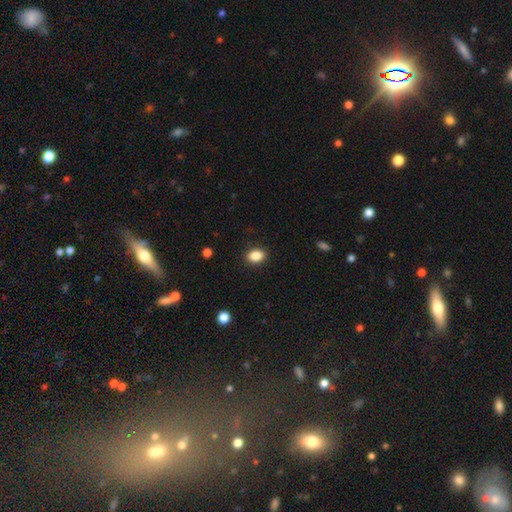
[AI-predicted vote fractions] A smooth galaxy with no disk features (87%) that is in between round and cigar-shaped (70%).

Vote fractions:
- Smooth or featured? smooth: 87% / star or artifact: 9% / featured or disk: 4%
- How rounded? in between: 70% / round: 28% / cigar-shaped: 1%
- Merging? none: 89% / minor disturbance: 8% / major disturbance: 2% / merger: 1%